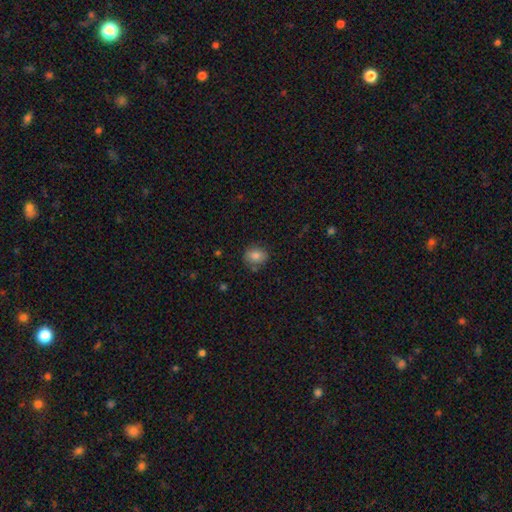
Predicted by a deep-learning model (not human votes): Smooth or featured?
  - smooth: 81% *
  - star or artifact: 10%
  - featured or disk: 9%
How rounded?
  - round: 55% *
  - in between: 44%
  - cigar-shaped: 1%
Merging?
  - none: 80% *
  - minor disturbance: 13%
  - merger: 4%
  - major disturbance: 3%